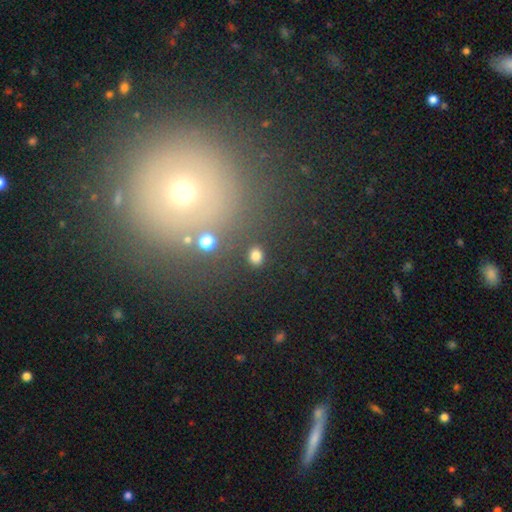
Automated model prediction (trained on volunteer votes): This is likely a smooth galaxy (80%). How rounded: possibly round (55%). Merging: clearly none (87%).